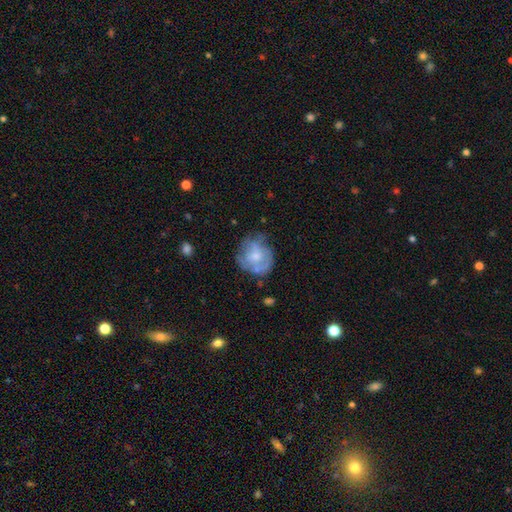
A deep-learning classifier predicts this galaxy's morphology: smooth_or_featured: featured or disk (p=0.53) [alt: smooth p=0.40]
disk_edge_on: no (p=0.98) [alt: yes p=0.02]
bar: no (p=0.78) [alt: weak p=0.19]
has_spiral_arms: no (p=0.53) [alt: yes p=0.47]
bulge_size: moderate (p=0.43) [alt: small p=0.39]
merging: none (p=0.53) [alt: minor disturbance p=0.27]